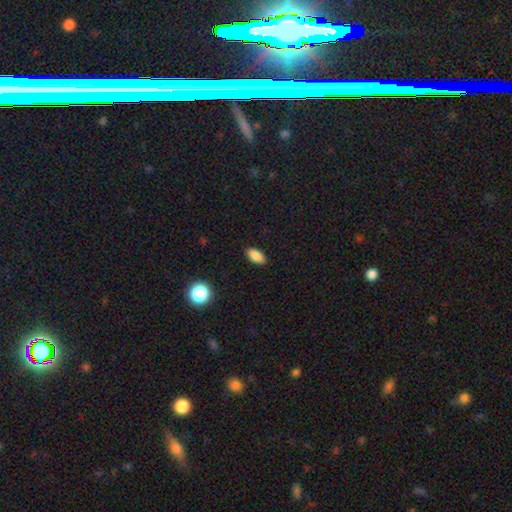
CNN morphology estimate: type=smooth (87%); roundness=in between (89%); merging=none (89%).